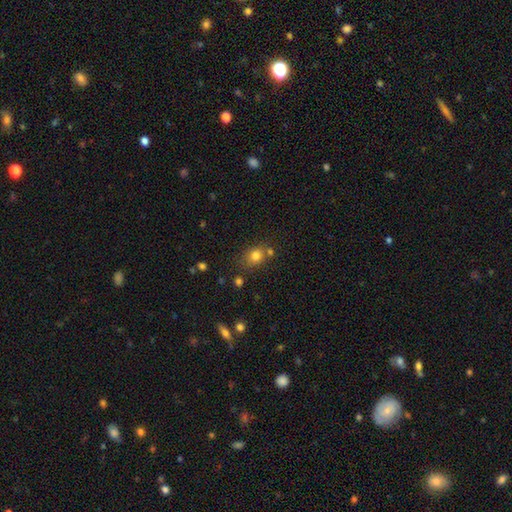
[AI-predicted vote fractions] This is likely a smooth galaxy (79%). How rounded: likely round (62%). Merging: likely none (68%).